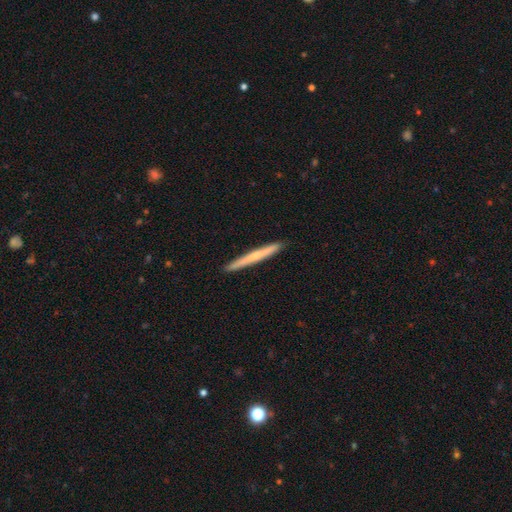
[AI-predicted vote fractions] Smooth or featured? smooth (49%)
Merging? none (92%)